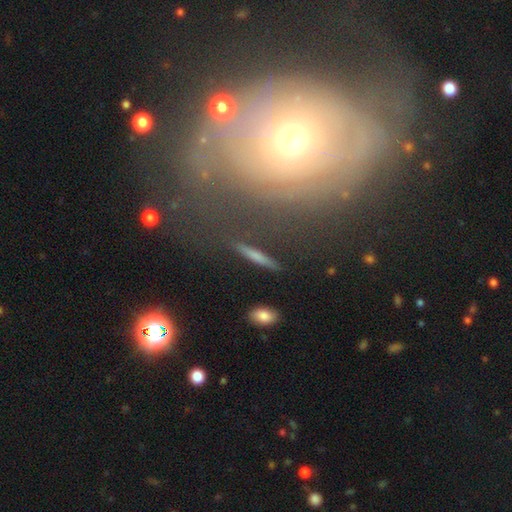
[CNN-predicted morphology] smooth_or_featured: smooth (p=0.62) [alt: featured or disk p=0.30]
how_rounded: cigar-shaped (p=0.90) [alt: in between p=0.07]
merging: none (p=0.84) [alt: minor disturbance p=0.11]